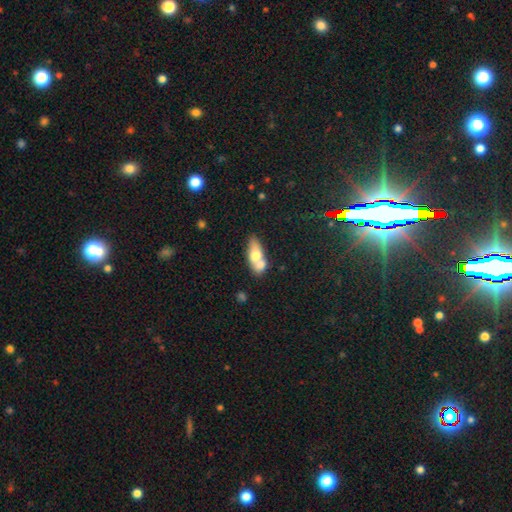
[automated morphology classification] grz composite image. It shows a smooth galaxy with no disk features (64%) that is in between round and cigar-shaped (77%). Merging: merger (53%).